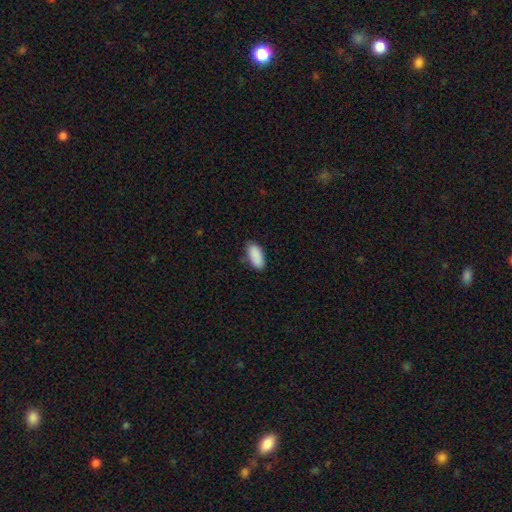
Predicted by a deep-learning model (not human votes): smooth 90%, star or artifact 7%, featured or disk 3%. Down the decision tree: how rounded — in between (92%); merging — none (80%).